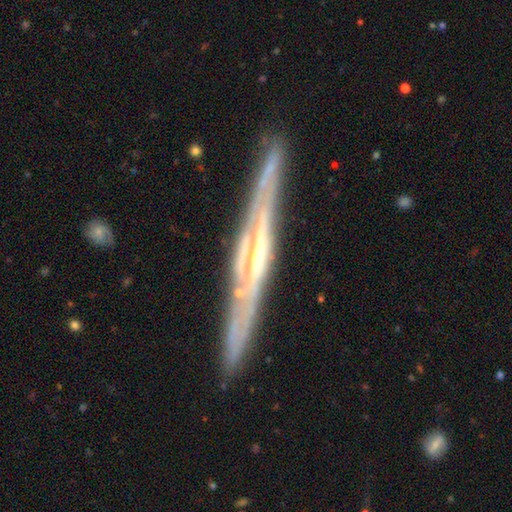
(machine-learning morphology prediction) The model was most divided on "edge-on bulge": rounded: 49%, none: 35%, boxy: 16%. More confident: edge-on disk — yes (93%); merging — none (87%); smooth or featured — featured or disk (84%).